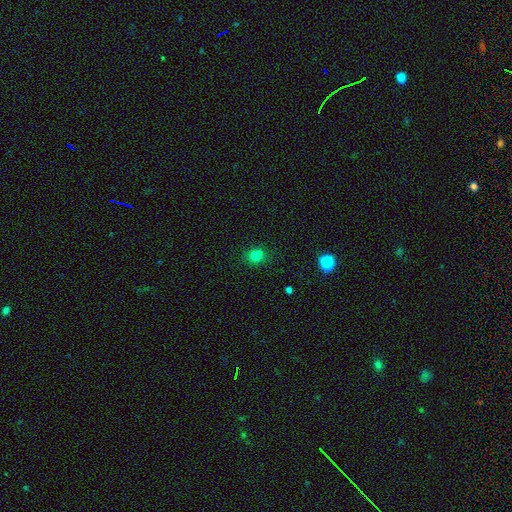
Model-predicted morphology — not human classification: Smooth or featured?
  - smooth: 77% *
  - star or artifact: 16%
  - featured or disk: 6%
How rounded?
  - round: 82% *
  - in between: 17%
  - cigar-shaped: 1%
Merging?
  - none: 80% *
  - minor disturbance: 11%
  - merger: 6%
  - major disturbance: 3%